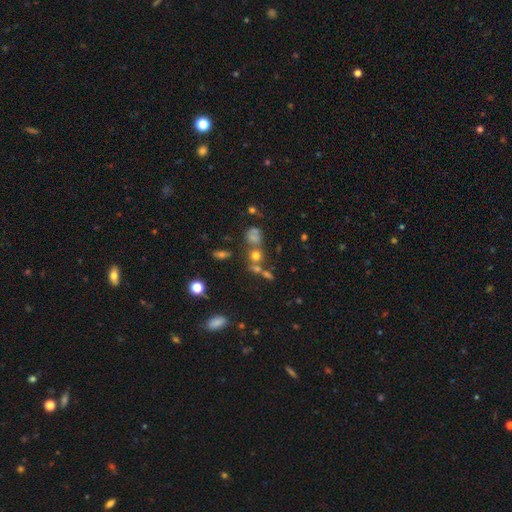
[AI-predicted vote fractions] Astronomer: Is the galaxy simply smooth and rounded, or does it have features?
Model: smooth — 56%.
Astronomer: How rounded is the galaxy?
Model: round — 76%.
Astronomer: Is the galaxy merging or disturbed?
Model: none — 47% (runner-up: merger, 34%).